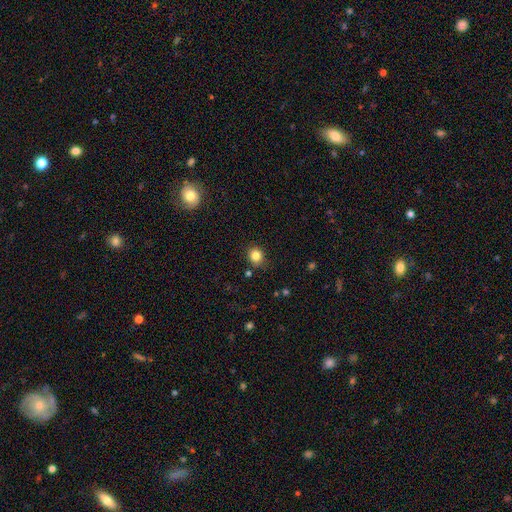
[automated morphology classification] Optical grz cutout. It shows a smooth galaxy with no disk features (83%) that is round (77%). Merging: none (83%).